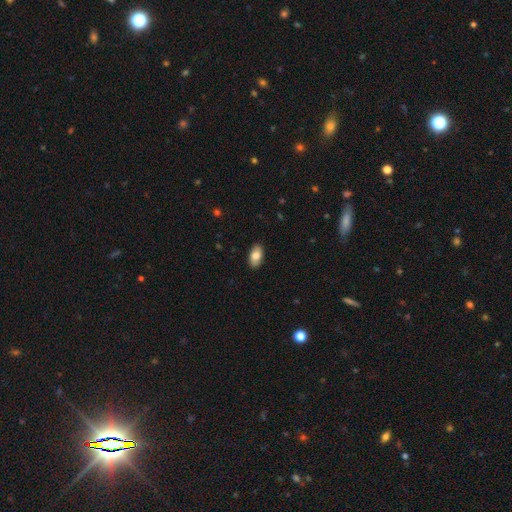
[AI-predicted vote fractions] Smooth or featured: smooth — 80% (featured or disk — 13%)
How rounded: in between — 94% (round — 4%)
Merging: none — 87% (minor disturbance — 10%)